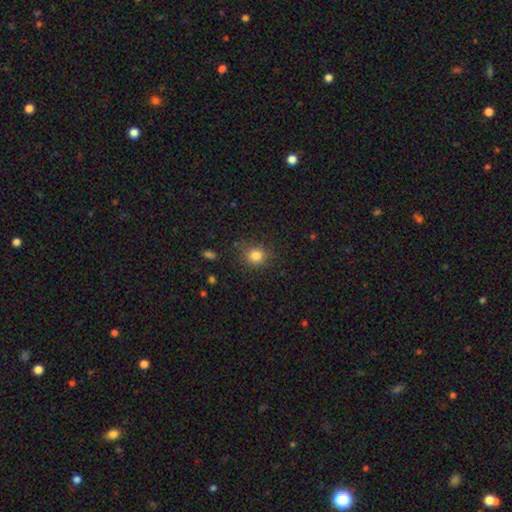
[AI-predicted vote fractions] Morphology: type=smooth (82%); roundness=round (83%); merging=none (82%).